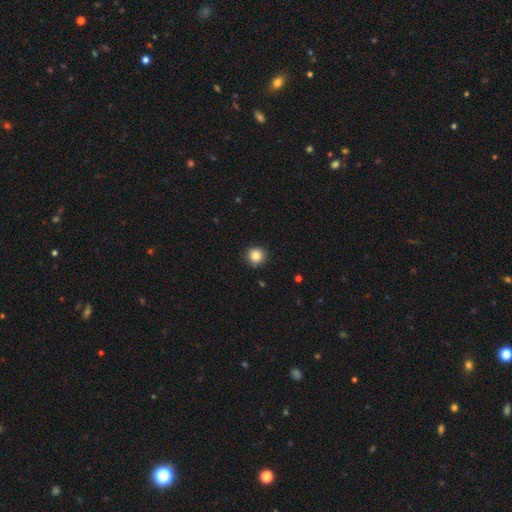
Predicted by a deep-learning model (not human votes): Morphology: type=smooth (85%); roundness=round (94%); merging=none (90%).